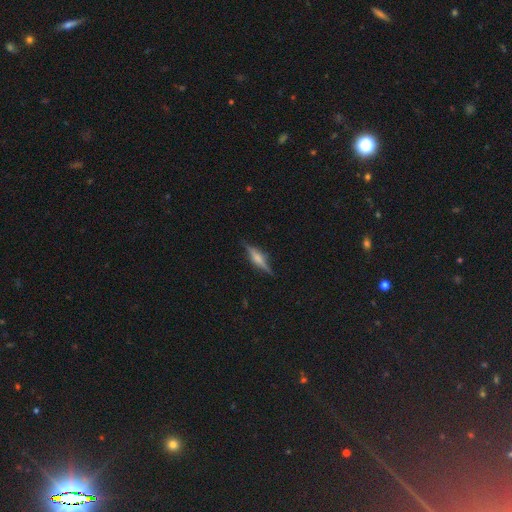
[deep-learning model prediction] smooth_or_featured: featured or disk (p=0.70) [alt: smooth p=0.22]
disk_edge_on: yes (p=0.96) [alt: no p=0.04]
edge_on_bulge: rounded (p=0.66) [alt: boxy p=0.26]
merging: none (p=0.85) [alt: minor disturbance p=0.11]